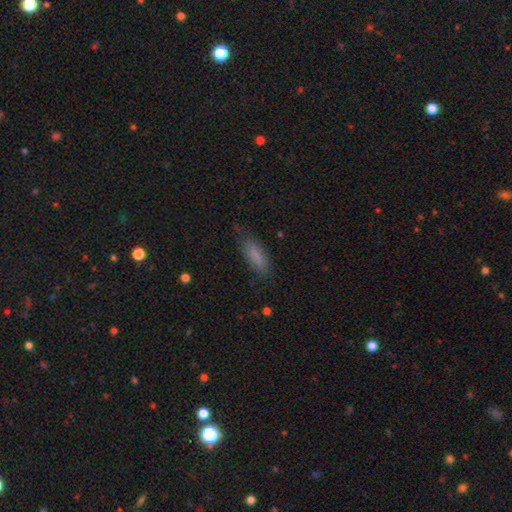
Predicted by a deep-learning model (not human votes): This appears to be a smooth galaxy with no disk features (83%) that is in between round and cigar-shaped (56%). Merging: none (71%).